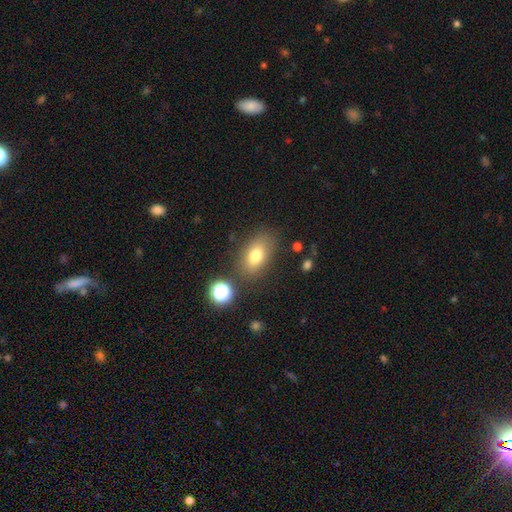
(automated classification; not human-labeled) This is likely a smooth galaxy (75%). How rounded: clearly in between (83%). Merging: likely none (78%).